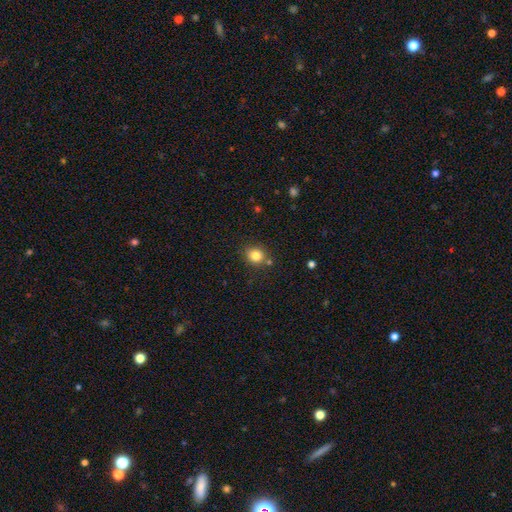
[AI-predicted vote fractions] smooth-or-featured: smooth: 82% | star or artifact: 12% | featured or disk: 6%
  how-rounded: round: 82% | in between: 17% | cigar-shaped: 1%
  merging: none: 80% | minor disturbance: 10% | merger: 7% | major disturbance: 3%